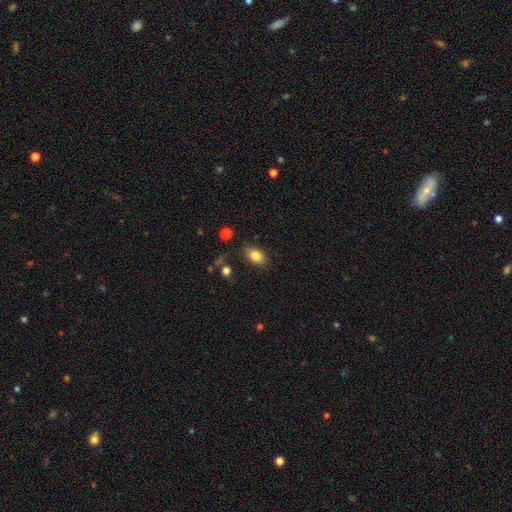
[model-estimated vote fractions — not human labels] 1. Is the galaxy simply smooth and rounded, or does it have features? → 83% smooth, 9% star or artifact, 8% featured or disk.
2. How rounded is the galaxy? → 85% in between, 14% round, 2% cigar-shaped.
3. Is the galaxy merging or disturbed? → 82% none, 12% minor disturbance, 3% major disturbance, 3% merger.